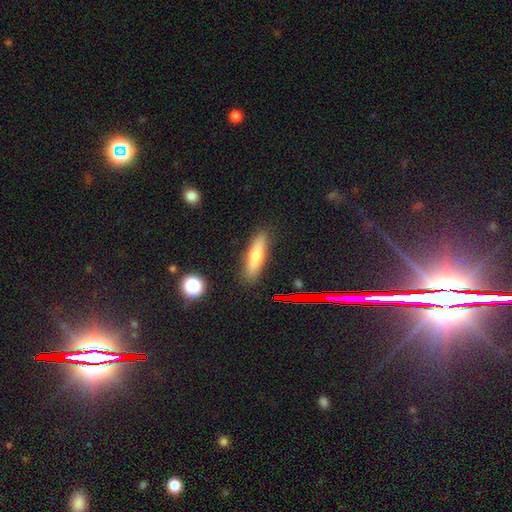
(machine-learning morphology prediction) Smooth or featured? Predicted: smooth (p=0.62). How rounded? Predicted: cigar-shaped (p=0.69). Merging? Predicted: none (p=0.88).